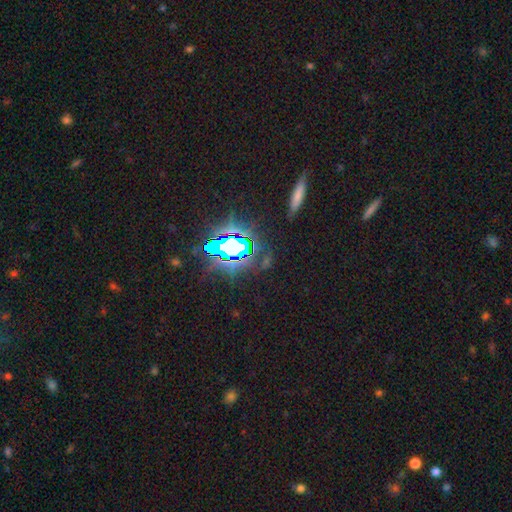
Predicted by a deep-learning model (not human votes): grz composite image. It shows a star or artifact, not a galaxy (76%).